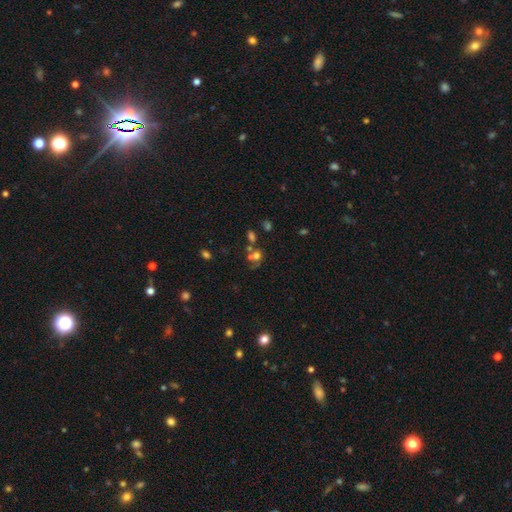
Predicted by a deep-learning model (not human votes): Smooth or featured?
  - smooth: 55% *
  - star or artifact: 23%
  - featured or disk: 22%
How rounded?
  - round: 67% *
  - in between: 32%
  - cigar-shaped: 1%
Merging?
  - merger: 43% *
  - none: 37%
  - minor disturbance: 11%
  - major disturbance: 9%